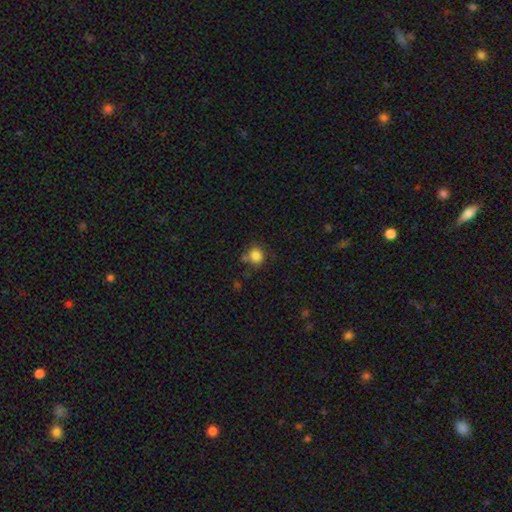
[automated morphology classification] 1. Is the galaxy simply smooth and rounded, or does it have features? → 84% smooth, 11% star or artifact, 5% featured or disk.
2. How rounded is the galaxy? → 83% round, 16% in between, 1% cigar-shaped.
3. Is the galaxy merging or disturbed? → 69% none, 15% minor disturbance, 11% merger, 5% major disturbance.